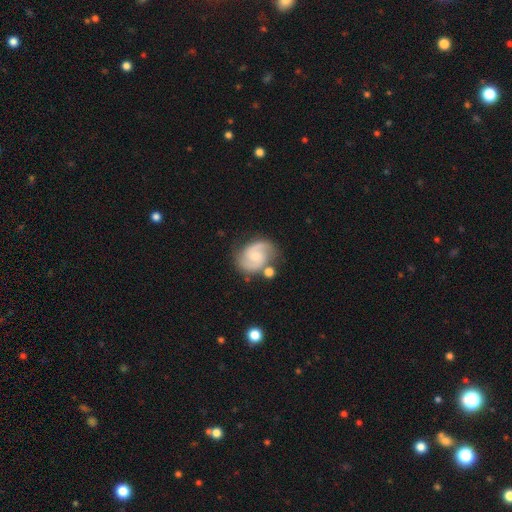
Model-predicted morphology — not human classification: featured or disk 85%, smooth 10%, star or artifact 5%. Down the decision tree: edge-on disk — no (98%); bar — no (55%); spiral arms — yes (97%); spiral arm count — 2 (91%); spiral winding — medium (56%); bulge size — small (59%); merging — none (72%).